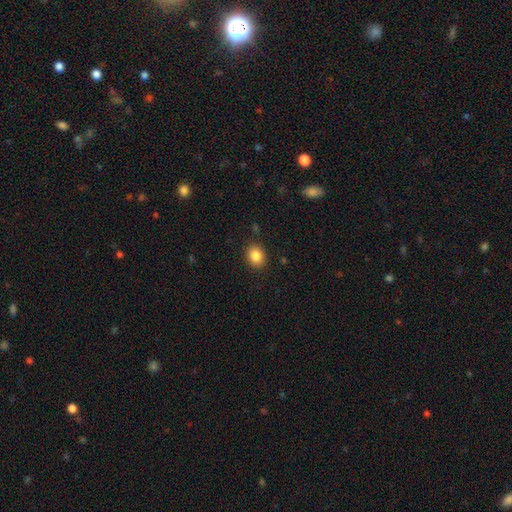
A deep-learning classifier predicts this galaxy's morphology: smooth-or-featured: smooth: 85% | star or artifact: 9% | featured or disk: 6%
  how-rounded: in between: 53% | round: 46% | cigar-shaped: 1%
  merging: none: 87% | minor disturbance: 9% | major disturbance: 2% | merger: 1%